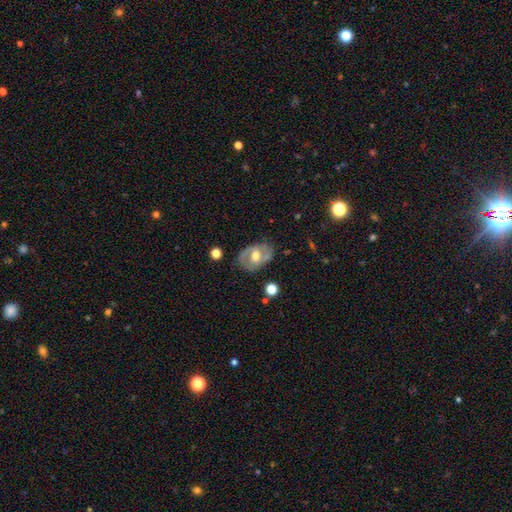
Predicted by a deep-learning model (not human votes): Morphology: type=featured or disk (64%); edge-on=no (94%); bar=no (44%); spiral arms=yes (61%); bulge=moderate (71%); merging=none (70%).